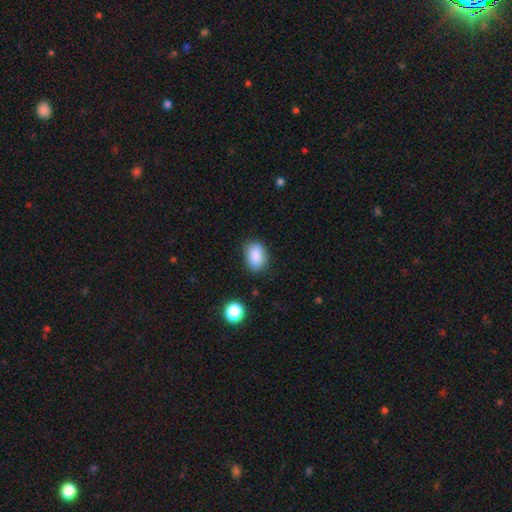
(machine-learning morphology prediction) This is clearly a smooth galaxy (88%). How rounded: clearly in between (83%). Merging: clearly none (80%).